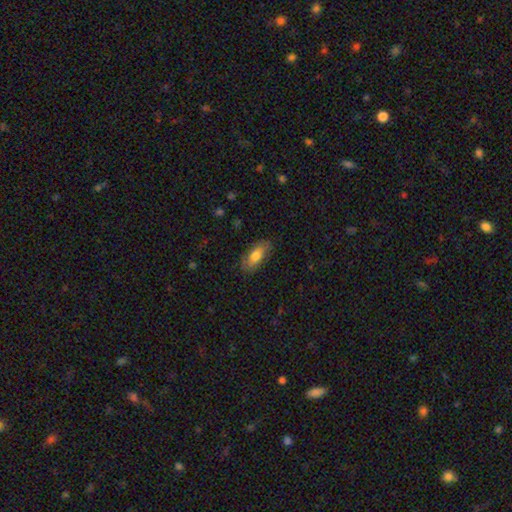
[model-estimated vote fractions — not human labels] This appears to be a smooth galaxy with no disk features (75%) that is in between round and cigar-shaped (85%). Merging: none (82%).